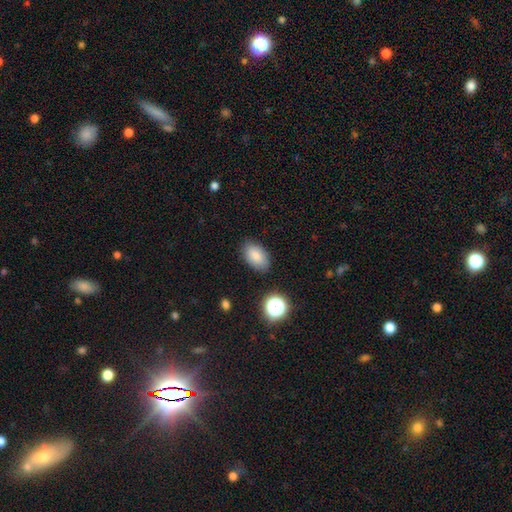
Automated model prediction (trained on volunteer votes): Smooth or featured?
  - smooth: 84% *
  - star or artifact: 9%
  - featured or disk: 6%
How rounded?
  - in between: 91% *
  - round: 7%
  - cigar-shaped: 2%
Merging?
  - none: 83% *
  - minor disturbance: 12%
  - major disturbance: 3%
  - merger: 2%